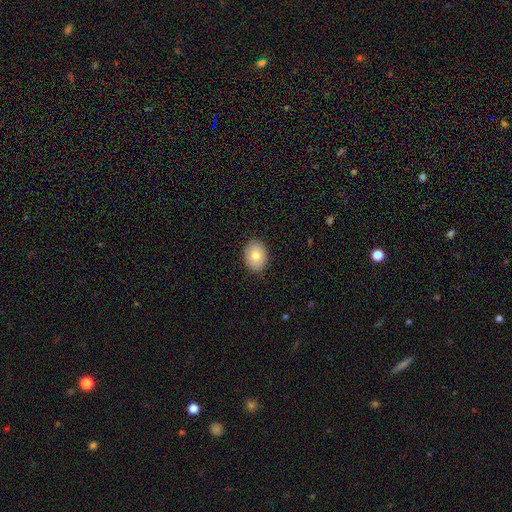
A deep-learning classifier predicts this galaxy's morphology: Q: Smooth or featured?
A: smooth (78%); runner-up: featured or disk (14%)
Q: How rounded?
A: in between (57%); runner-up: round (42%)
Q: Merging?
A: none (89%); runner-up: minor disturbance (8%)